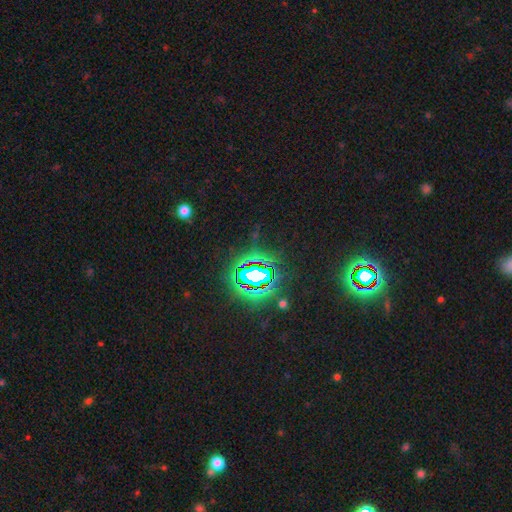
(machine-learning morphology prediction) Q: Smooth or featured?
A: star or artifact (80%); runner-up: smooth (12%)